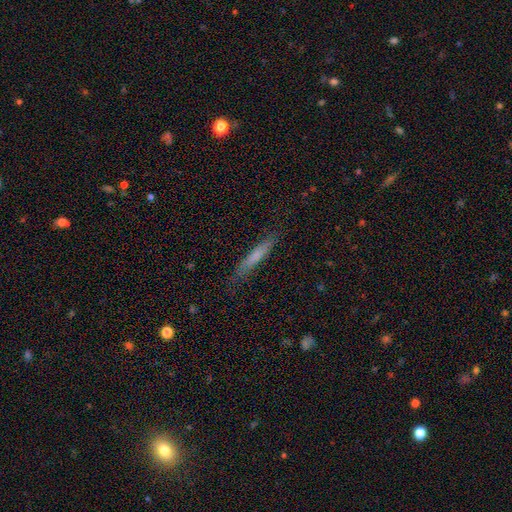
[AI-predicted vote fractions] Smooth or featured? Predicted: smooth (p=0.65). How rounded? Predicted: cigar-shaped (p=0.93). Merging? Predicted: none (p=0.80).